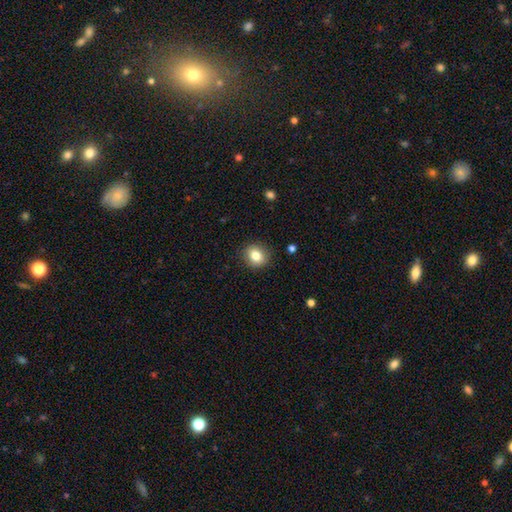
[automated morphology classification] This appears to be a smooth galaxy with no disk features (82%) that is round (73%). Merging: none (89%).